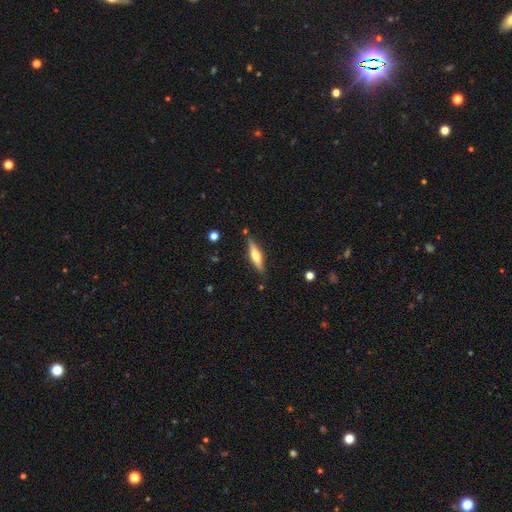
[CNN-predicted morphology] featured or disk 56%, smooth 38%, star or artifact 6%. Down the decision tree: edge-on disk — yes (95%); edge-on bulge — rounded (90%); merging — none (84%).